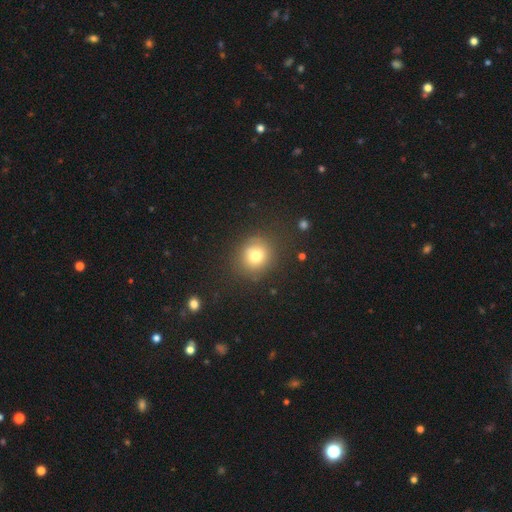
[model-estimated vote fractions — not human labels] Overall: smooth (74%). How rounded: round (82%). Merging: none (82%).